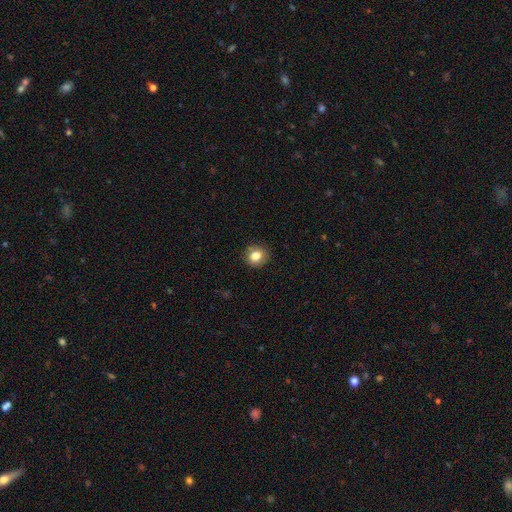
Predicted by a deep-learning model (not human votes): Smooth or featured? Predicted: smooth (p=0.80). How rounded? Predicted: round (p=0.86). Merging? Predicted: none (p=0.88).